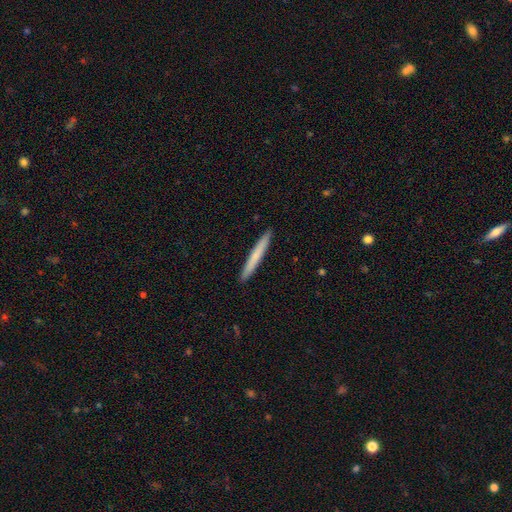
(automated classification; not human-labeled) smooth_or_featured: smooth (p=0.69) [alt: featured or disk p=0.26]
how_rounded: cigar-shaped (p=0.97) [alt: in between p=0.02]
merging: none (p=0.93) [alt: minor disturbance p=0.05]